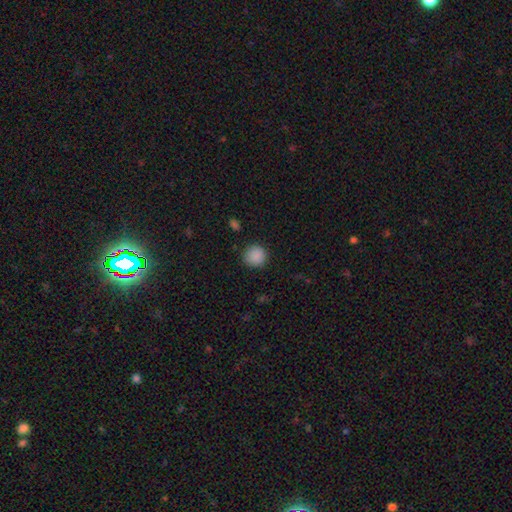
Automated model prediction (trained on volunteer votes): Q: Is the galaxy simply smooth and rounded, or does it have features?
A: smooth — 89%.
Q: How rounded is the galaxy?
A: round — 92%.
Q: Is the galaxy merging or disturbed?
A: none — 88%.